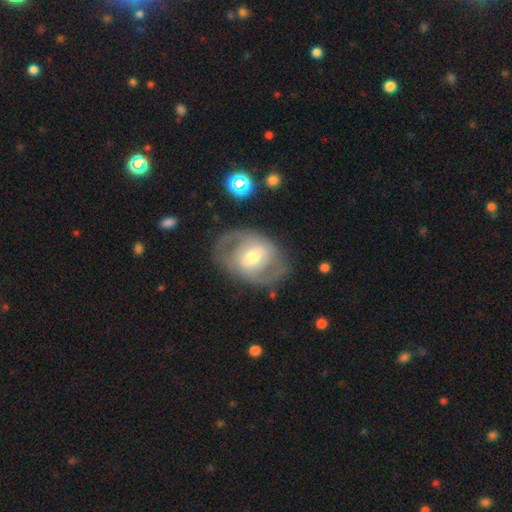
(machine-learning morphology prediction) Smooth or featured?
  - featured or disk: 74% *
  - smooth: 19%
  - star or artifact: 7%
Edge-on disk?
  - no: 95% *
  - yes: 5%
Bar?
  - weak: 45% *
  - no: 29%
  - strong: 26%
Spiral arms?
  - yes: 78% *
  - no: 22%
Spiral winding?
  - medium: 43% *
  - tight: 40%
  - loose: 17%
Spiral arm count?
  - 2: 75% *
  - can't tell: 16%
  - 3: 4%
  - 1: 3%
  - 4: 1%
  - more than 4: 1%
Bulge size?
  - moderate: 62% *
  - small: 30%
  - large: 6%
  - none: 1%
  - dominant: 1%
Merging?
  - none: 77% *
  - minor disturbance: 14%
  - major disturbance: 7%
  - merger: 2%